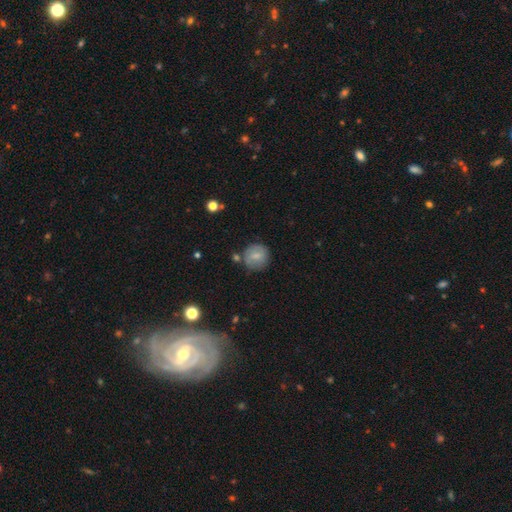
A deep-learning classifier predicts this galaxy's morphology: Smooth or featured? smooth (71%)
How rounded? round (89%)
Merging? none (73%)